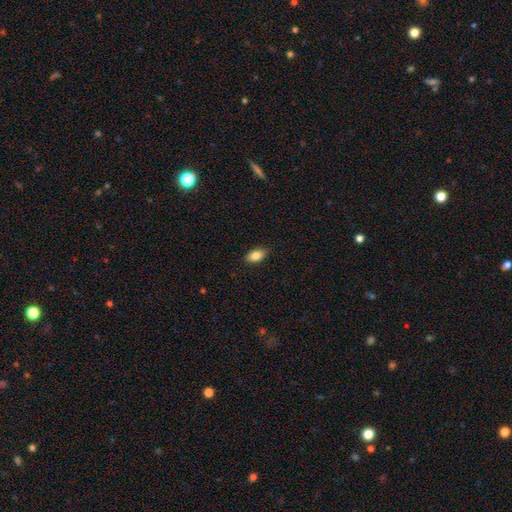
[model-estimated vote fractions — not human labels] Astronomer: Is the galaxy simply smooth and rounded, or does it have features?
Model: smooth — 83%.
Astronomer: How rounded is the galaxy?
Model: in between — 89%.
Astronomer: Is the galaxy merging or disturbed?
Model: none — 86%.